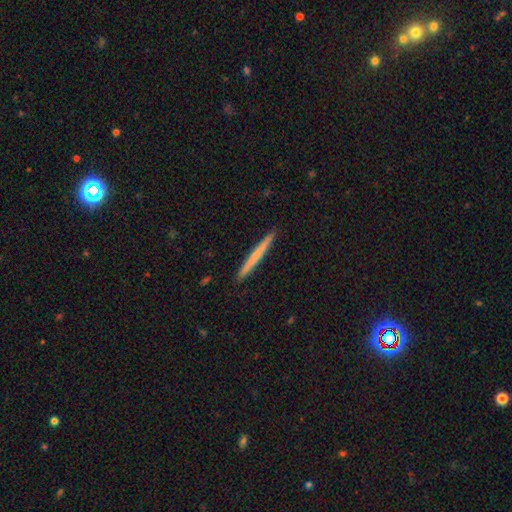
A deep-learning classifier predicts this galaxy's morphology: This appears to be a smooth galaxy with no disk features (62%) that is cigar-shaped (97%). Merging: none (93%).